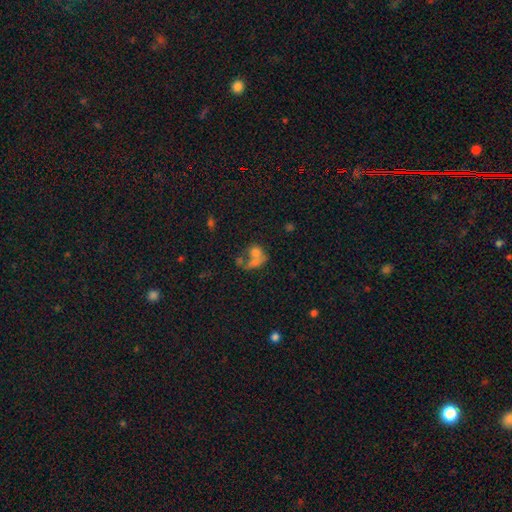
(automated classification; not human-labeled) Morphology: type=smooth (63%); roundness=in between (52%); merging=merger (56%).